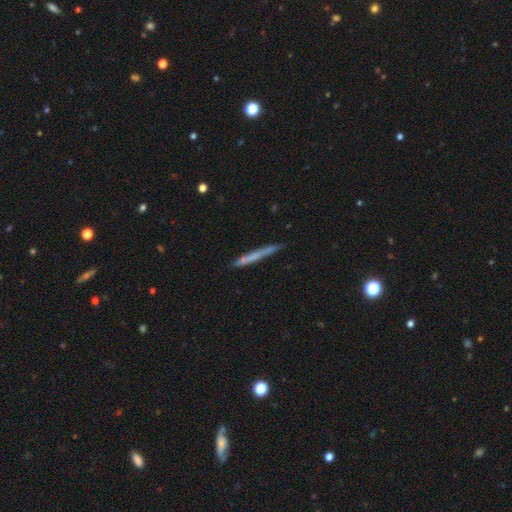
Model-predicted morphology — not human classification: smooth-or-featured: smooth: 59% | featured or disk: 35% | star or artifact: 6%
  how-rounded: cigar-shaped: 97% | in between: 2% | round: 1%
  merging: none: 85% | minor disturbance: 11% | major disturbance: 2% | merger: 2%